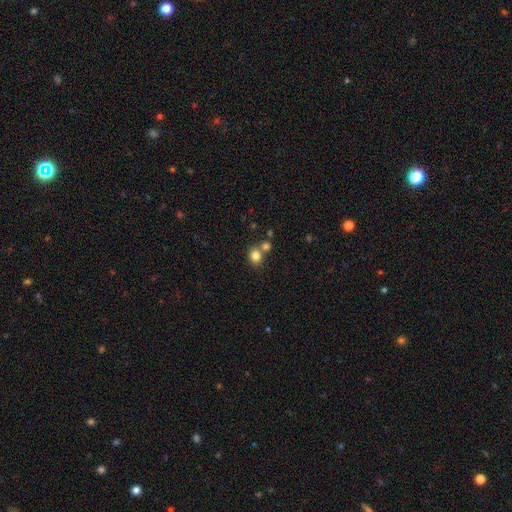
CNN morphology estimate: A smooth galaxy with no disk features (81%) that is round (77%). Merging: none (59%).